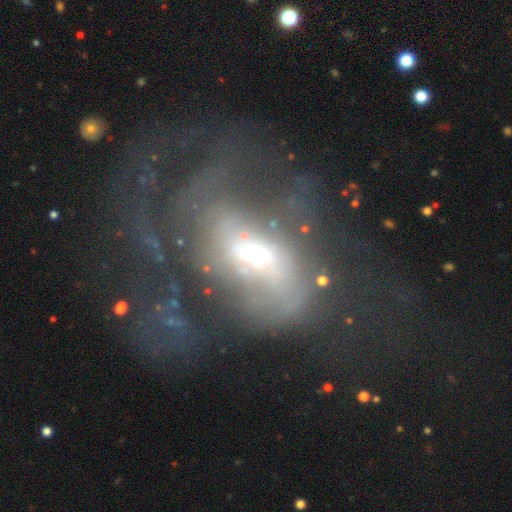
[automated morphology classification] Q: Smooth or featured?
A: featured or disk (65%); runner-up: smooth (24%)
Q: Edge-on disk?
A: no (94%); runner-up: yes (6%)
Q: Bar?
A: no (63%); runner-up: weak (25%)
Q: Spiral arms?
A: no (51%); runner-up: yes (49%)
Q: Bulge size?
A: moderate (48%); runner-up: small (42%)
Q: Merging?
A: major disturbance (60%); runner-up: none (21%)